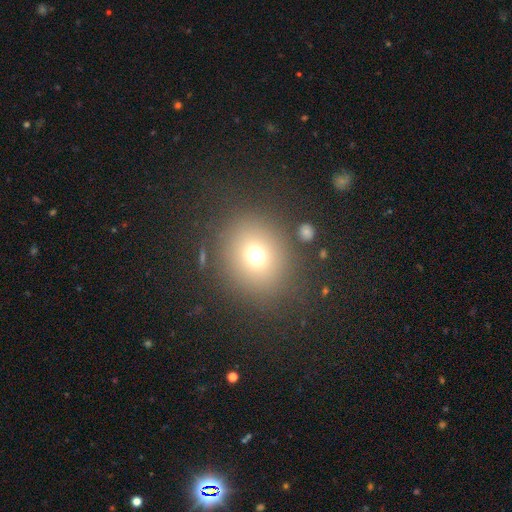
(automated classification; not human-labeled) A smooth galaxy with no disk features (71%) that is round (80%).

Vote fractions:
- Smooth or featured? smooth: 71% / star or artifact: 18% / featured or disk: 11%
- How rounded? round: 80% / in between: 19% / cigar-shaped: 1%
- Merging? none: 82% / minor disturbance: 9% / major disturbance: 6% / merger: 4%